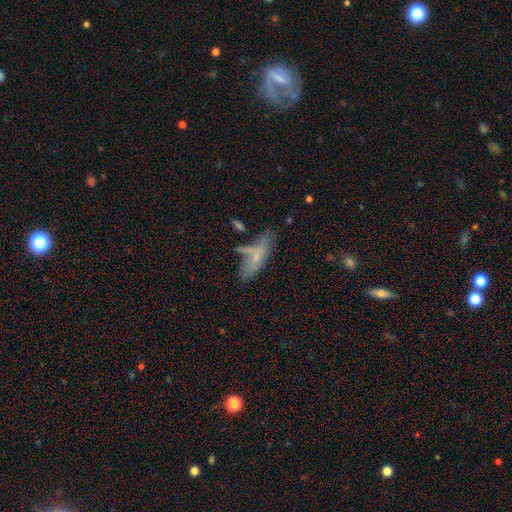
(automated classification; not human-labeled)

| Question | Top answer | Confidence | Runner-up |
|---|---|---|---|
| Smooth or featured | smooth | 60% | featured or disk (31%) |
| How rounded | in between | 59% | cigar-shaped (38%) |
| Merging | none | 43% | minor disturbance (24%) |